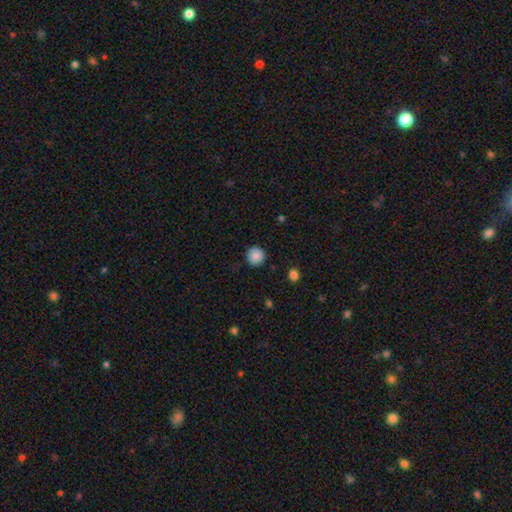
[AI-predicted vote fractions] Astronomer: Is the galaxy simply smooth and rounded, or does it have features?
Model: smooth — 87%.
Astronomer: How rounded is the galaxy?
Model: round — 94%.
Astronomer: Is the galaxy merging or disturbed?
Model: none — 88%.